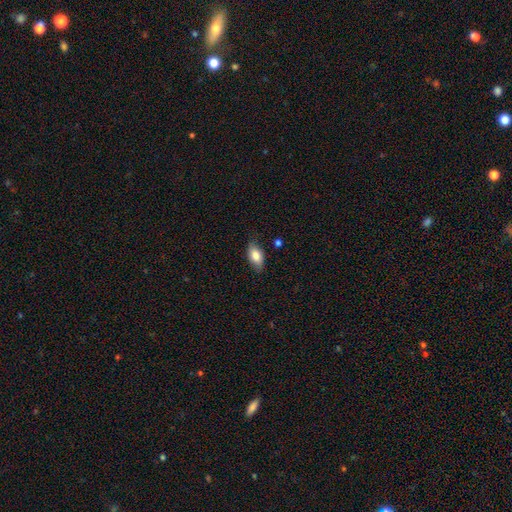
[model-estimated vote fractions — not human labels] Smooth or featured: smooth — 80% (featured or disk — 13%)
How rounded: in between — 90% (round — 5%)
Merging: none — 78% (minor disturbance — 18%)